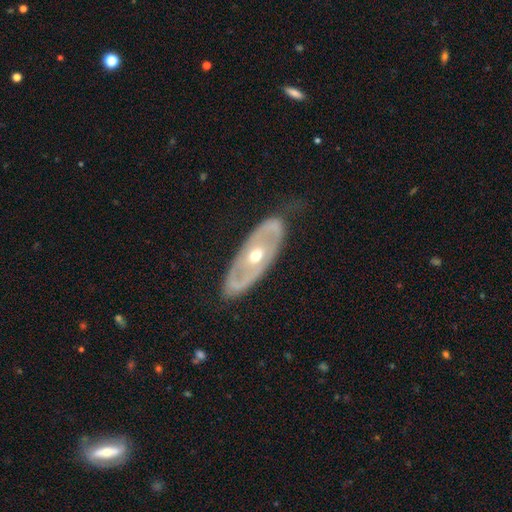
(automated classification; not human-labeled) Smooth or featured? Predicted: featured or disk (p=0.73). Edge-on disk? Predicted: no (p=0.84). Bar? Predicted: no (p=0.80). Spiral arms? Predicted: no (p=0.60). Bulge size? Predicted: moderate (p=0.64). Merging? Predicted: none (p=0.77).